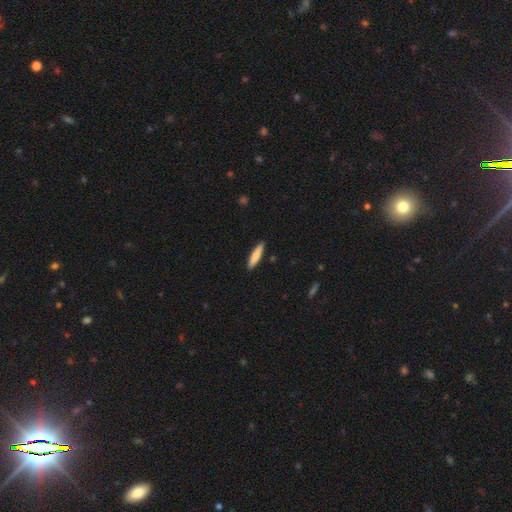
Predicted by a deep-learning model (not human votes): A smooth galaxy with no disk features (79%) that is cigar-shaped (84%). Merging: none (90%).